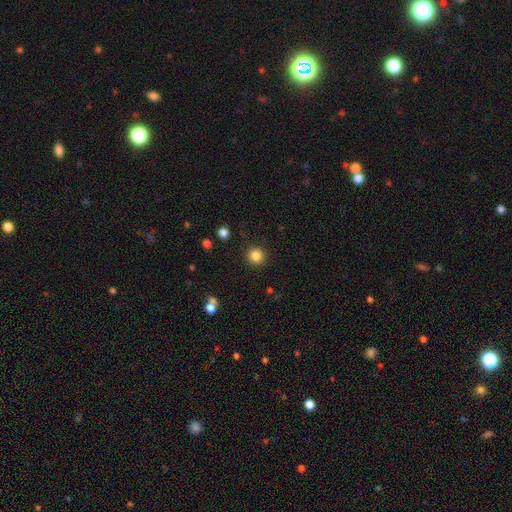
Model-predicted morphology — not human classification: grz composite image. It shows a smooth galaxy with no disk features (84%) that is round (95%). Merging: none (91%).